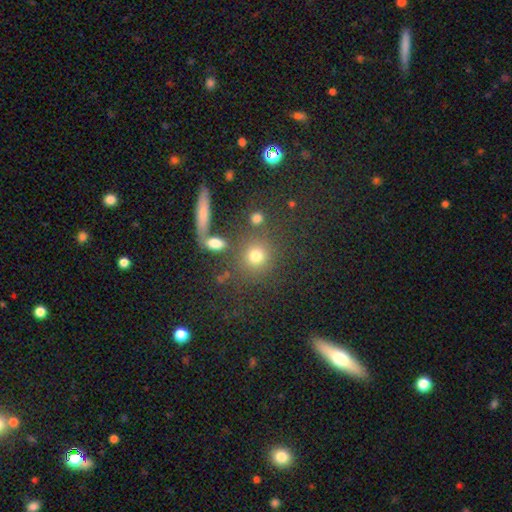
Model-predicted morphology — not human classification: smooth-or-featured: smooth: 75% | star or artifact: 16% | featured or disk: 9%
  how-rounded: round: 82% | in between: 16% | cigar-shaped: 3%
  merging: none: 72% | merger: 13% | minor disturbance: 10% | major disturbance: 6%